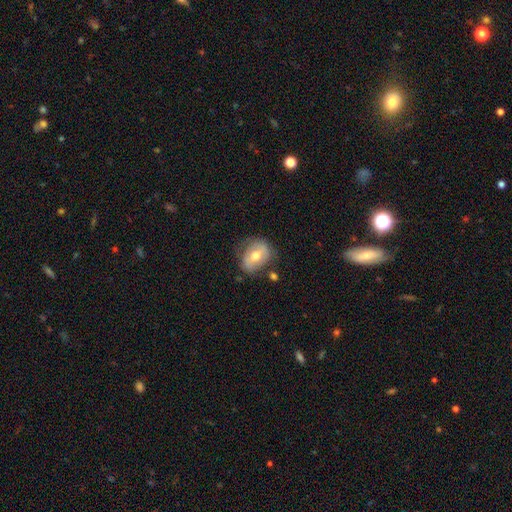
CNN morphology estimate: A featured or disk galaxy (53%). Merging: none (65%).